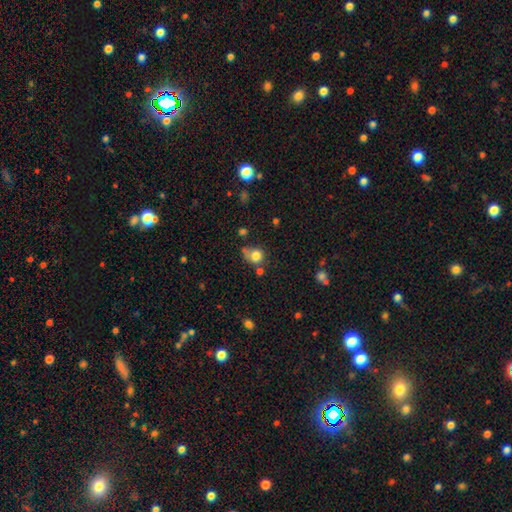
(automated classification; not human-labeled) Morphology: type=smooth (80%); roundness=round (80%); merging=none (52%).